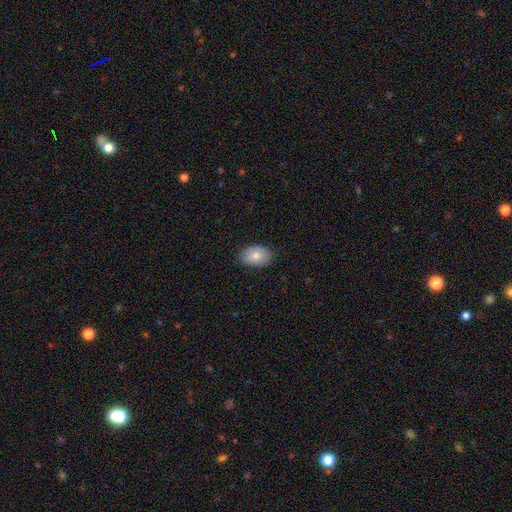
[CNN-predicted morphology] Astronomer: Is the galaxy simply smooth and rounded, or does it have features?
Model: smooth — 80%.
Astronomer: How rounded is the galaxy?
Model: in between — 85%.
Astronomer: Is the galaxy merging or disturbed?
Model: none — 86%.